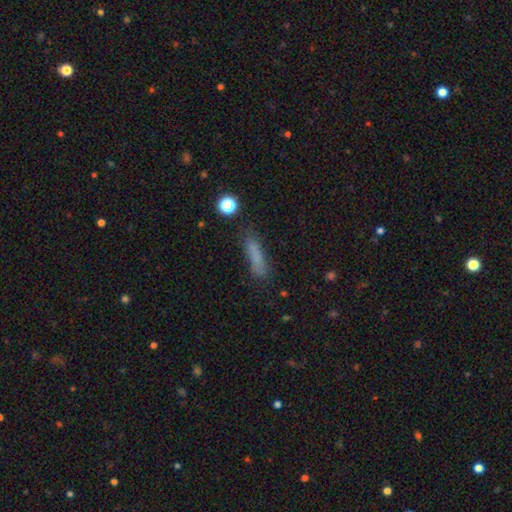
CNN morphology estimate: The model was most divided on "how rounded": cigar-shaped: 72%, in between: 25%, round: 3%. More confident: smooth or featured — smooth (75%); merging — none (70%).